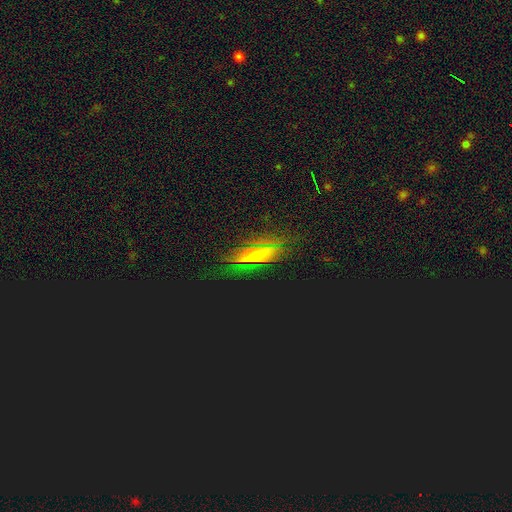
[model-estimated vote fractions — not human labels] Overall: star or artifact (39%; smooth 33%).